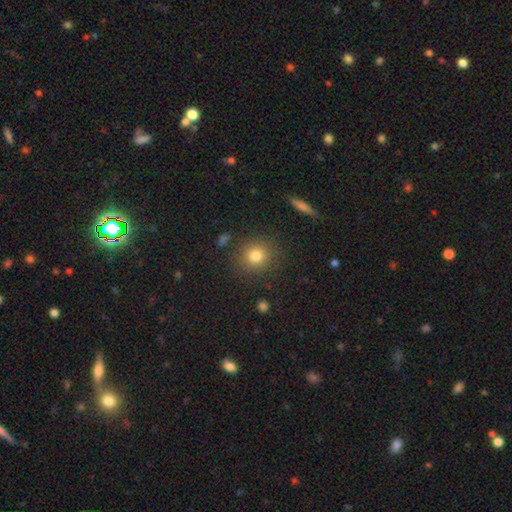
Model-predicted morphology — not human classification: A smooth galaxy with no disk features (80%) that is round (85%).

Vote fractions:
- Smooth or featured? smooth: 80% / star or artifact: 12% / featured or disk: 7%
- How rounded? round: 85% / in between: 14% / cigar-shaped: 1%
- Merging? none: 86% / minor disturbance: 8% / major disturbance: 3% / merger: 2%